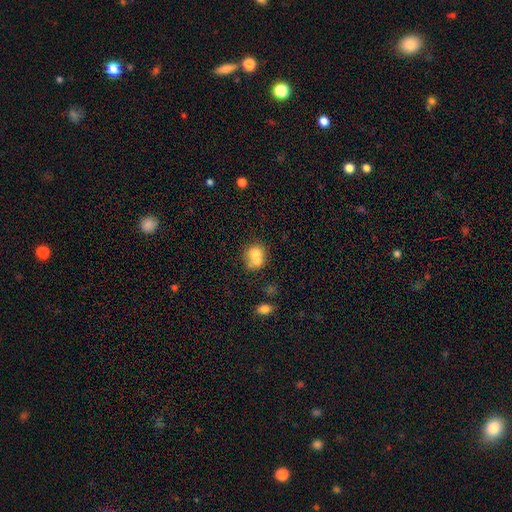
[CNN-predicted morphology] Smooth or featured? Predicted: smooth (p=0.69). How rounded? Predicted: round (p=0.65). Merging? Predicted: merger (p=0.57).